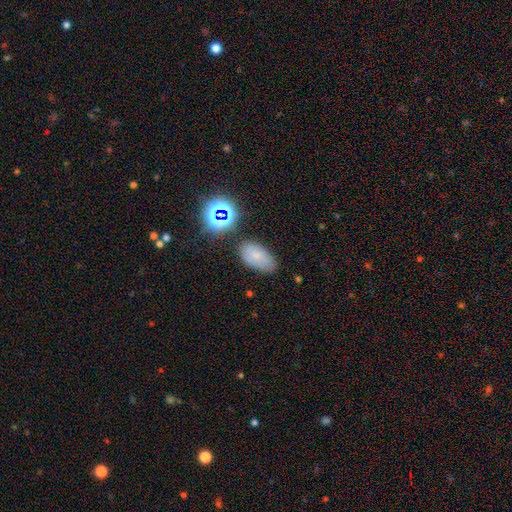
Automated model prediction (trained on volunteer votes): This appears to be a smooth galaxy with no disk features (66%) that is in between round and cigar-shaped (91%). Merging: none (69%).